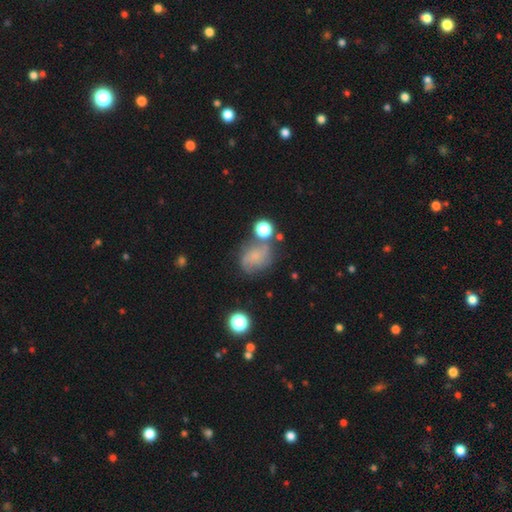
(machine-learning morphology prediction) smooth-or-featured: featured or disk: 48% | smooth: 37% | star or artifact: 15%
  merging: none: 52% | minor disturbance: 23% | major disturbance: 13% | merger: 12%